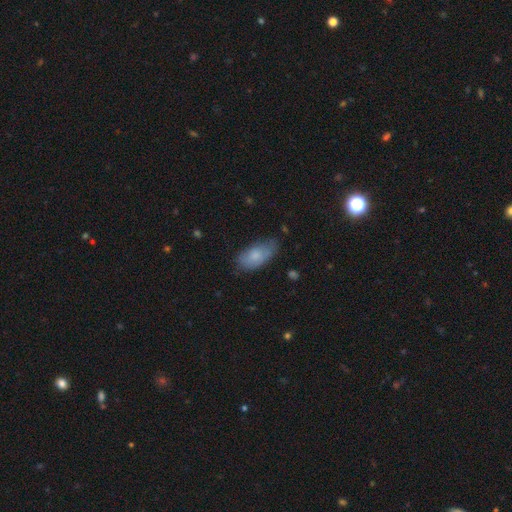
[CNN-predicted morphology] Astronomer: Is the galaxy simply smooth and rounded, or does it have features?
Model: smooth — 75%.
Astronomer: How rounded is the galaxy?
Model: in between — 91%.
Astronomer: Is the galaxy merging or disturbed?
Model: none — 61%.